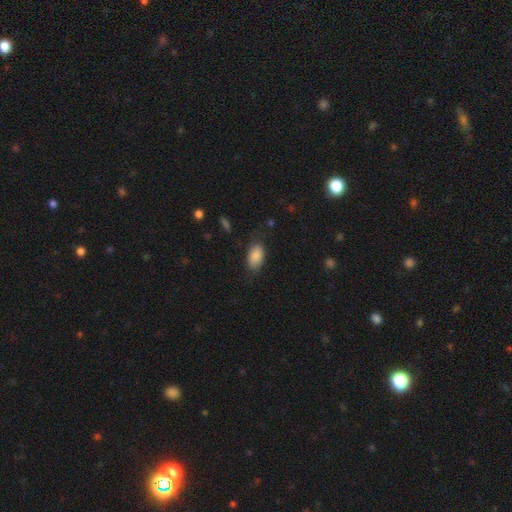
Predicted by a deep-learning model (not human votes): Smooth or featured? smooth (87%)
How rounded? in between (92%)
Merging? none (75%)